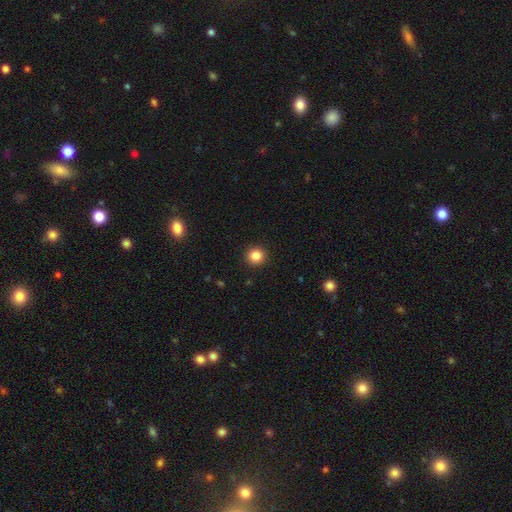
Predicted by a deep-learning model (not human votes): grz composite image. It shows a smooth galaxy with no disk features (84%) that is round (94%). Merging: none (93%).